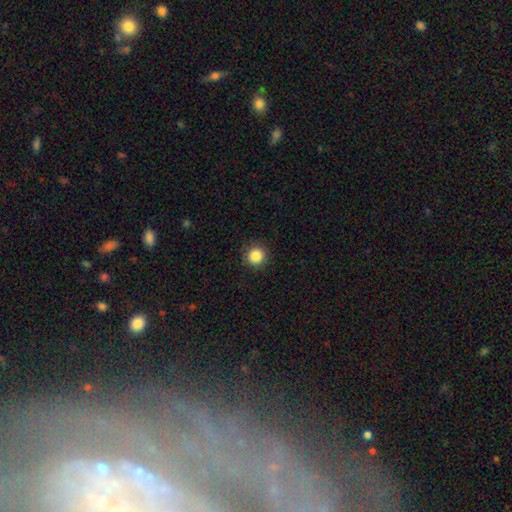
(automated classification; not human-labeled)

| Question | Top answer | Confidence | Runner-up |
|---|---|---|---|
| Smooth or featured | smooth | 86% | star or artifact (10%) |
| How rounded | round | 95% | in between (4%) |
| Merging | none | 90% | minor disturbance (7%) |